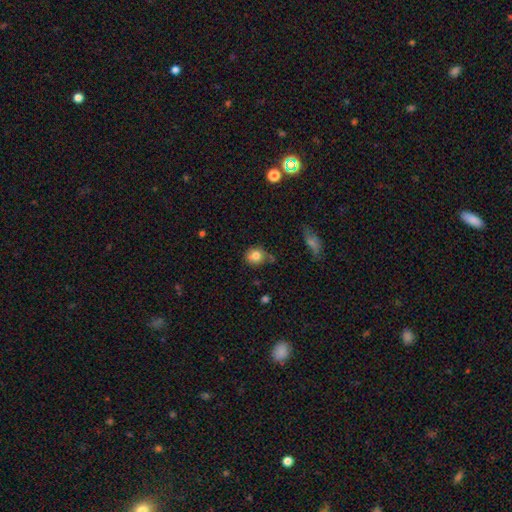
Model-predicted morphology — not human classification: Smooth or featured? smooth (79%)
How rounded? round (72%)
Merging? none (55%)